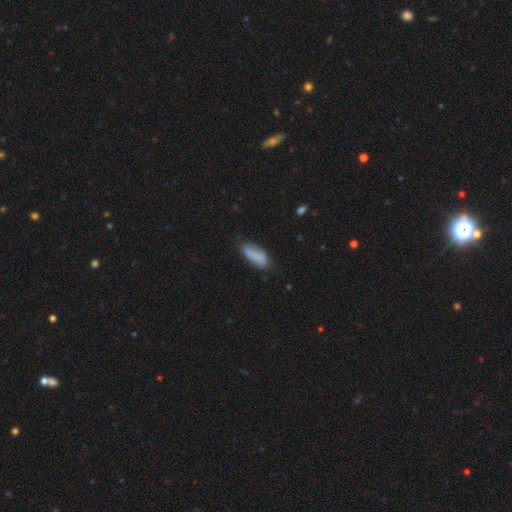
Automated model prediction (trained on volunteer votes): Q: Smooth or featured?
A: smooth (81%); runner-up: featured or disk (11%)
Q: How rounded?
A: in between (72%); runner-up: cigar-shaped (25%)
Q: Merging?
A: none (69%); runner-up: minor disturbance (23%)